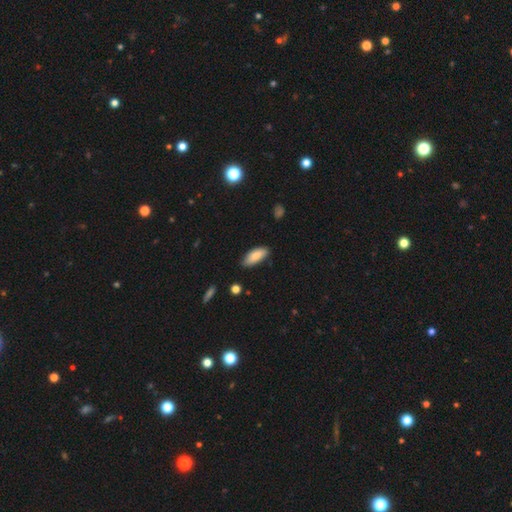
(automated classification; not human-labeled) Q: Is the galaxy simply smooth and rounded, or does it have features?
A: smooth — 84%.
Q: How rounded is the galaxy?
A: in between — 81%.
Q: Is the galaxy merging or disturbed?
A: none — 80%.